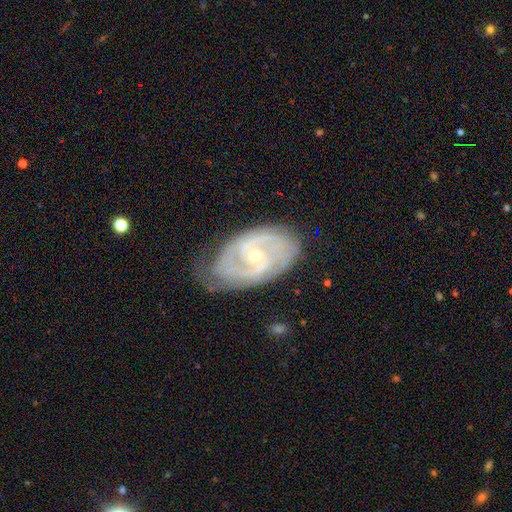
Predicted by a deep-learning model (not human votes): smooth-or-featured: featured or disk: 90% | smooth: 5% | star or artifact: 5%
  disk-edge-on: no: 97% | yes: 3%
    bar: no: 49% | weak: 41% | strong: 10%
    has-spiral-arms: yes: 98% | no: 2%
      spiral-winding: tight: 54% | medium: 40% | loose: 7%
      spiral-arm-count: 2: 69% | 3: 12% | can't tell: 10% | 4: 3% | 1: 3% | more than 4: 3%
    bulge-size: small: 71% | moderate: 26% | none: 1% | large: 1% | dominant: 1%
  merging: none: 70% | minor disturbance: 22% | major disturbance: 6% | merger: 1%